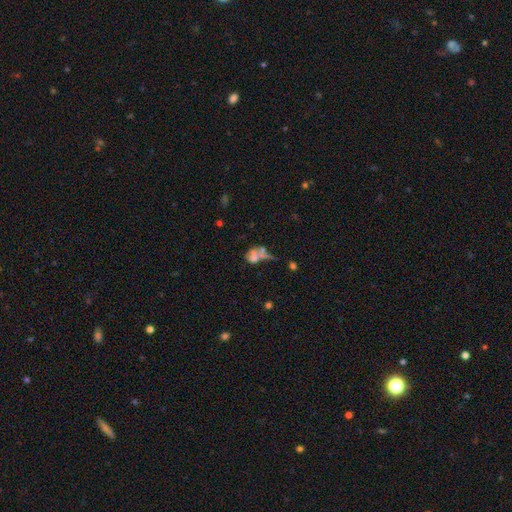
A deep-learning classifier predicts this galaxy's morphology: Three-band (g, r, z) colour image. It shows a smooth galaxy with no disk features (46%). Merging: merger (42%).